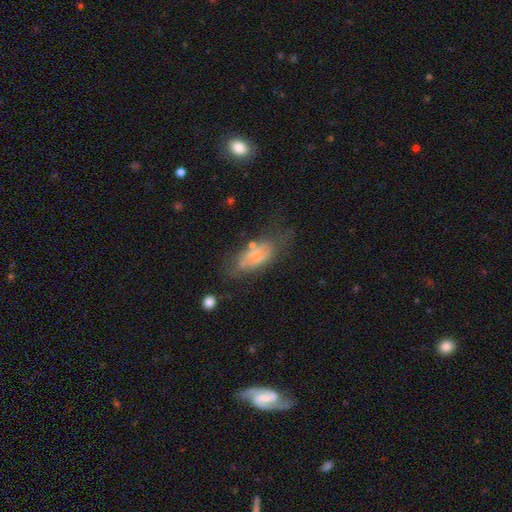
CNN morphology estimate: smooth_or_featured: smooth (p=0.49) [alt: featured or disk p=0.38]
merging: none (p=0.47) [alt: minor disturbance p=0.27]